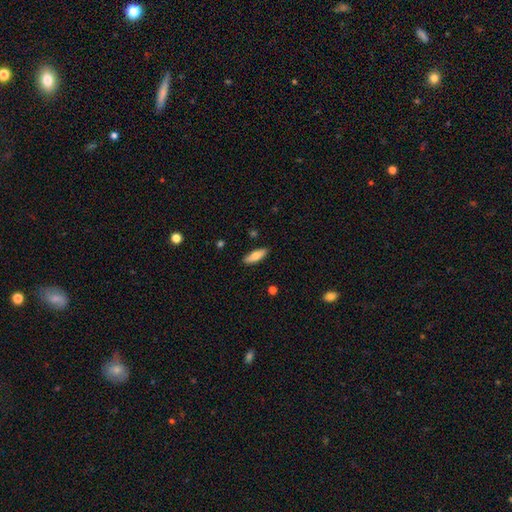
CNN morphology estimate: type=smooth (78%); roundness=in between (60%); merging=none (87%).